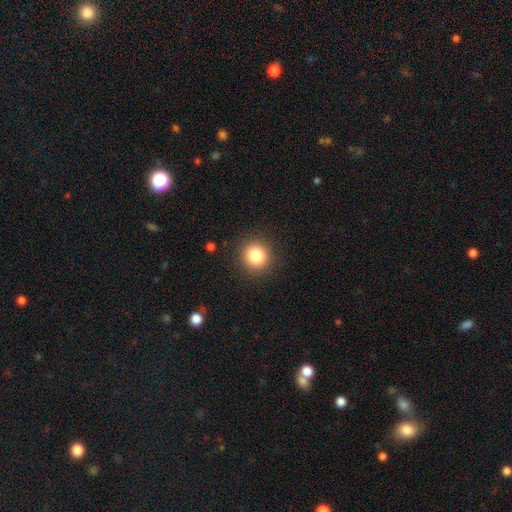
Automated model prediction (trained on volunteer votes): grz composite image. It shows a smooth galaxy with no disk features (83%) that is round (92%). Merging: none (91%).